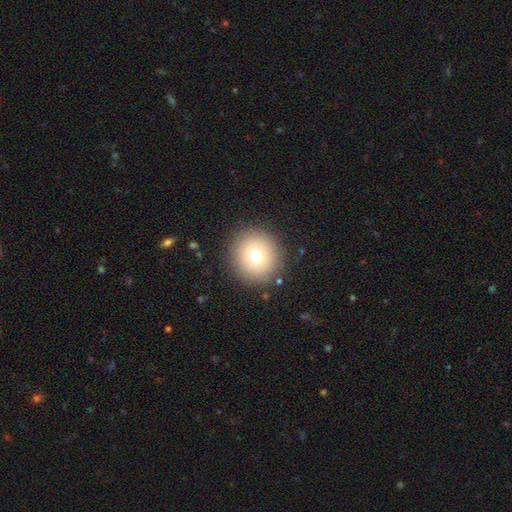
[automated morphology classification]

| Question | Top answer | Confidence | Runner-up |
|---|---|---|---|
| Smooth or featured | smooth | 73% | star or artifact (14%) |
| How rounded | round | 94% | in between (5%) |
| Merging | none | 89% | minor disturbance (6%) |